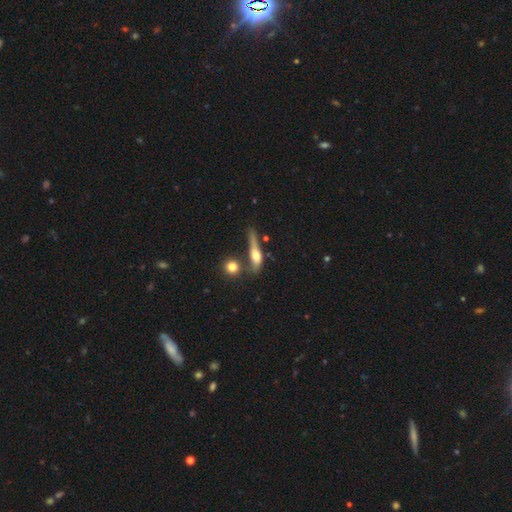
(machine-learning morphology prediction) This is possibly a smooth galaxy (48%). Merging: marginally none (41%).